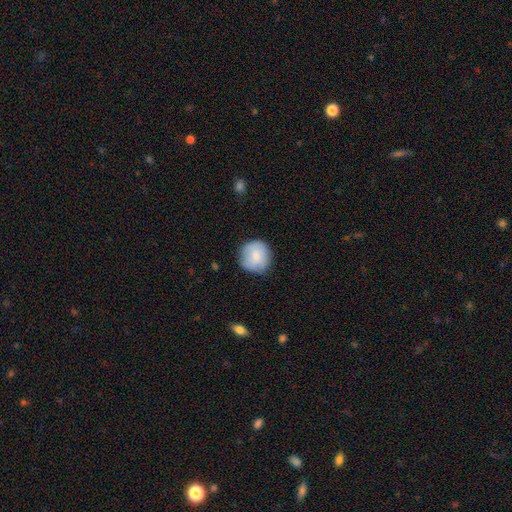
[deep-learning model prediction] Smooth or featured: smooth — 80% (featured or disk — 13%)
How rounded: round — 93% (in between — 6%)
Merging: none — 81% (minor disturbance — 15%)